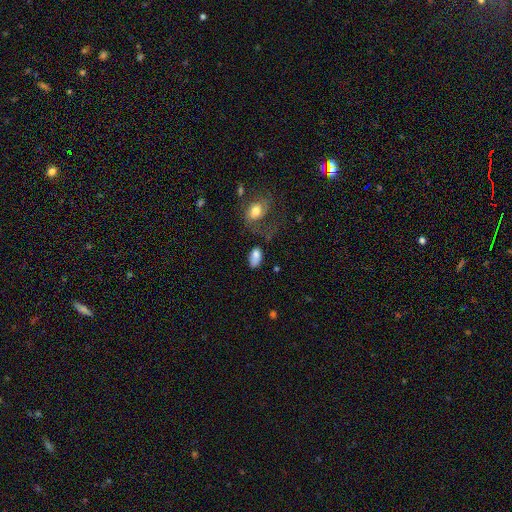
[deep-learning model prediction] Smooth or featured?
  - smooth: 78% *
  - featured or disk: 14%
  - star or artifact: 8%
How rounded?
  - in between: 91% *
  - round: 7%
  - cigar-shaped: 2%
Merging?
  - none: 44% *
  - minor disturbance: 25%
  - major disturbance: 19%
  - merger: 12%